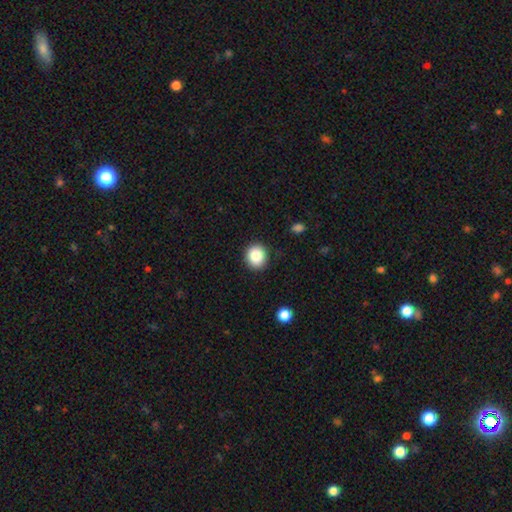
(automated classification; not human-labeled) Smooth or featured?
  - smooth: 86% *
  - star or artifact: 9%
  - featured or disk: 5%
How rounded?
  - round: 79% *
  - in between: 20%
  - cigar-shaped: 1%
Merging?
  - none: 90% *
  - minor disturbance: 7%
  - major disturbance: 2%
  - merger: 1%